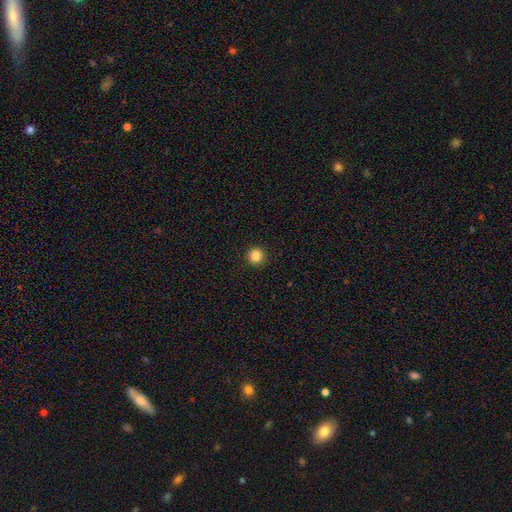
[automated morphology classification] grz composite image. It shows a smooth galaxy with no disk features (85%) that is round (96%). Merging: none (94%).